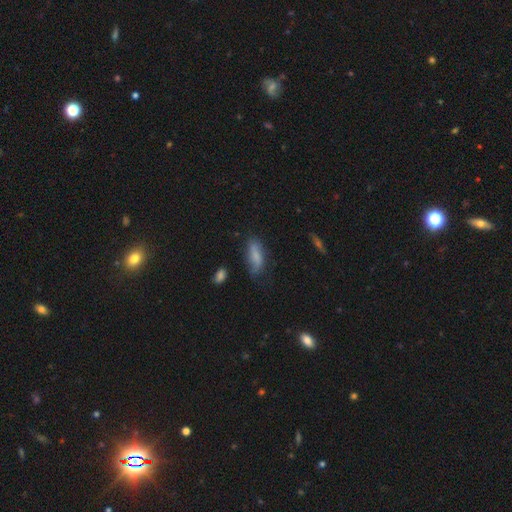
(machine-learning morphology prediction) smooth 72%, featured or disk 20%, star or artifact 8%. Down the decision tree: how rounded — in between (65%); merging — none (57%).